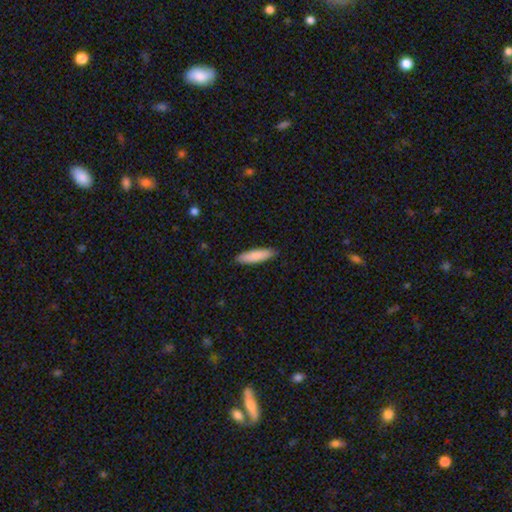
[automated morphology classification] Smooth or featured? smooth (86%)
How rounded? cigar-shaped (69%)
Merging? none (89%)